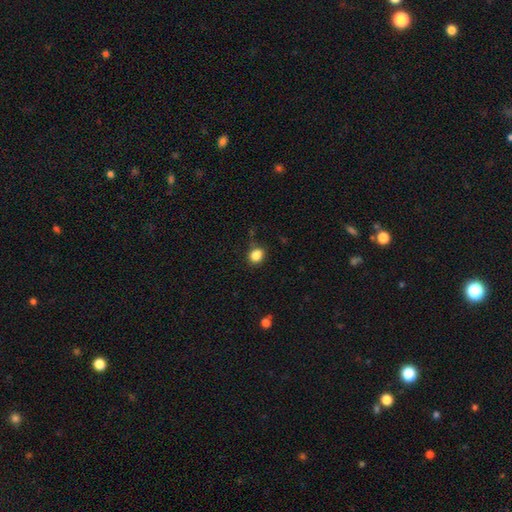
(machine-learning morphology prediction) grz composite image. It shows a smooth galaxy with no disk features (85%) that is round (70%). Merging: none (77%).